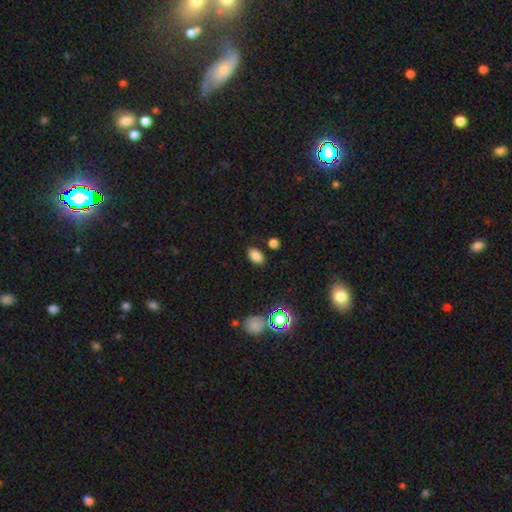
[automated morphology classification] Smooth or featured?
  - smooth: 83% *
  - star or artifact: 12%
  - featured or disk: 5%
How rounded?
  - in between: 89% *
  - round: 9%
  - cigar-shaped: 2%
Merging?
  - none: 85% *
  - minor disturbance: 9%
  - merger: 3%
  - major disturbance: 3%